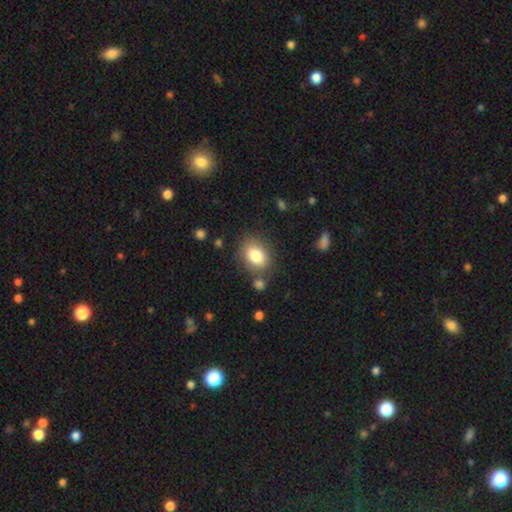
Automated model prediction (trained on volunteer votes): smooth-or-featured: smooth: 83% | featured or disk: 9% | star or artifact: 8%
  how-rounded: in between: 66% | round: 33% | cigar-shaped: 1%
  merging: none: 75% | minor disturbance: 13% | merger: 7% | major disturbance: 5%